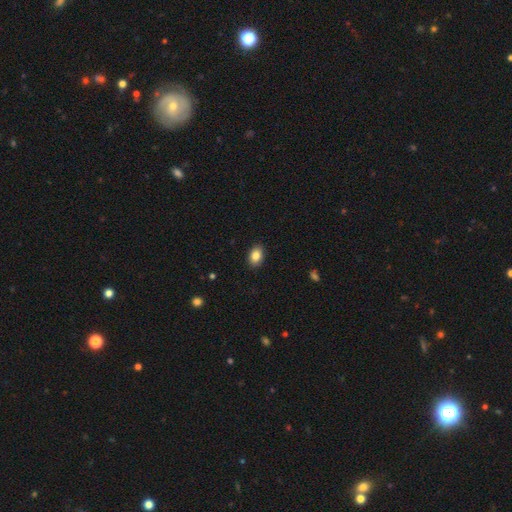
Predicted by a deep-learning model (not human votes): Smooth or featured? smooth (85%)
How rounded? in between (81%)
Merging? none (90%)